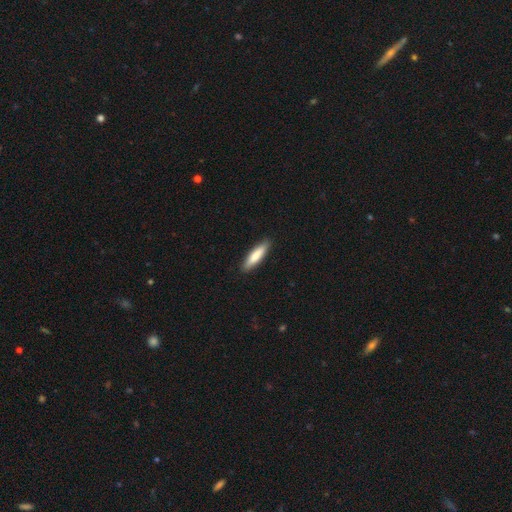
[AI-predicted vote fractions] Morphology: type=smooth (79%); roundness=cigar-shaped (72%); merging=none (90%).